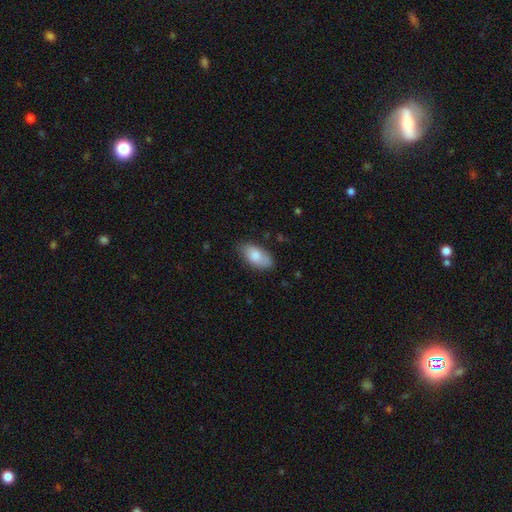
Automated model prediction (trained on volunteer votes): A smooth galaxy with no disk features (82%) that is in between round and cigar-shaped (92%).

Vote fractions:
- Smooth or featured? smooth: 82% / featured or disk: 11% / star or artifact: 6%
- How rounded? in between: 92% / cigar-shaped: 5% / round: 3%
- Merging? none: 76% / minor disturbance: 19% / major disturbance: 3% / merger: 1%